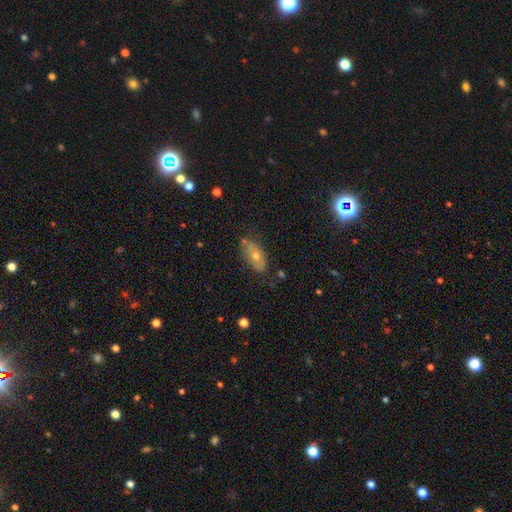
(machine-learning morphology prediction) smooth_or_featured: smooth (p=0.56) [alt: featured or disk p=0.35]
how_rounded: in between (p=0.84) [alt: cigar-shaped p=0.11]
merging: none (p=0.70) [alt: minor disturbance p=0.21]